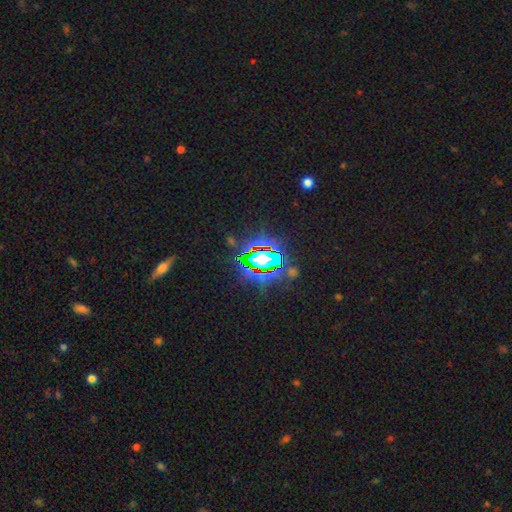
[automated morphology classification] This is likely a star or artifact rather than a galaxy (75%).